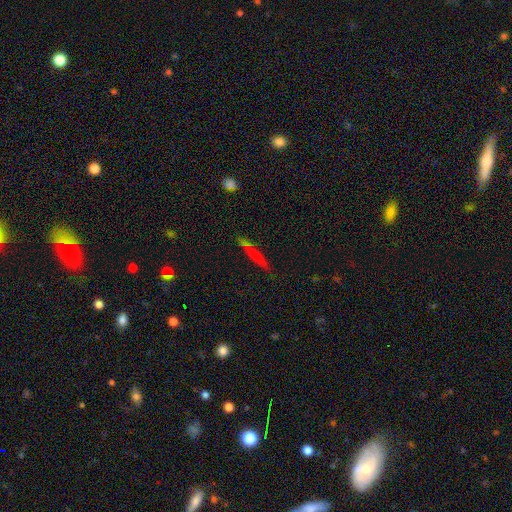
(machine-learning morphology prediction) A smooth galaxy with no disk features (60%) that is cigar-shaped (89%). Merging: none (76%).